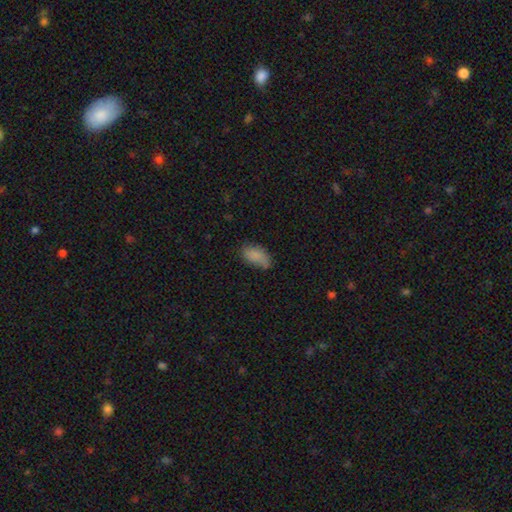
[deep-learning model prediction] A smooth galaxy with no disk features (83%) that is in between round and cigar-shaped (93%).

Vote fractions:
- Smooth or featured? smooth: 83% / star or artifact: 9% / featured or disk: 9%
- How rounded? in between: 93% / round: 3% / cigar-shaped: 3%
- Merging? none: 59% / minor disturbance: 30% / major disturbance: 9% / merger: 3%